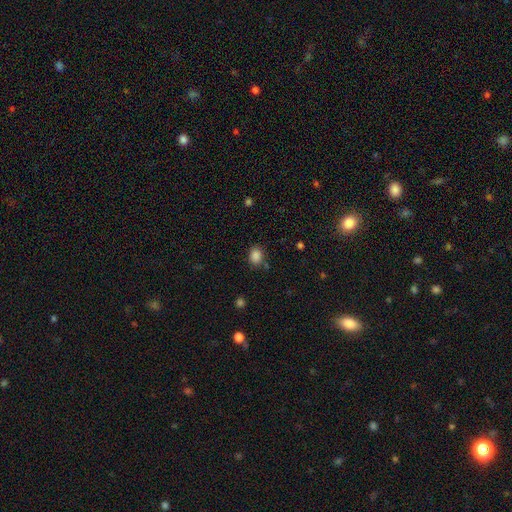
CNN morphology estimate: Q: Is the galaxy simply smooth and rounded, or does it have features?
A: smooth — 85%.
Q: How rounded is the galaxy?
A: round — 51%.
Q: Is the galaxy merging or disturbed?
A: none — 79%.